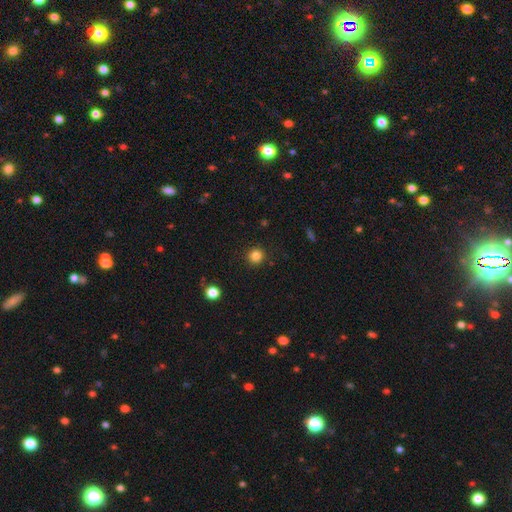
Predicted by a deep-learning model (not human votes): This appears to be a smooth galaxy with no disk features (84%) that is round (94%). Merging: none (92%).